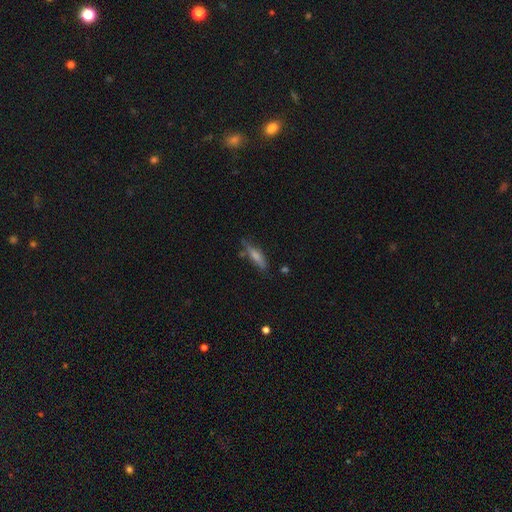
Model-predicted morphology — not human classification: type=smooth (49%); merging=none (73%).